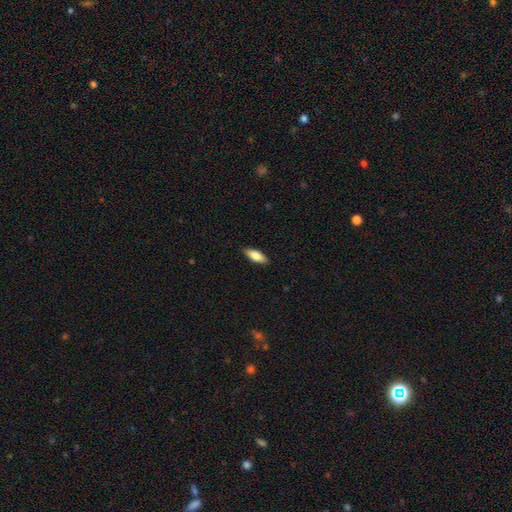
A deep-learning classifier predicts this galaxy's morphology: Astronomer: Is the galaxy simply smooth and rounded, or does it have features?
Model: smooth — 80%.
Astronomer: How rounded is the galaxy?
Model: in between — 75%.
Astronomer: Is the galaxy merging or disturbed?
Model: none — 89%.